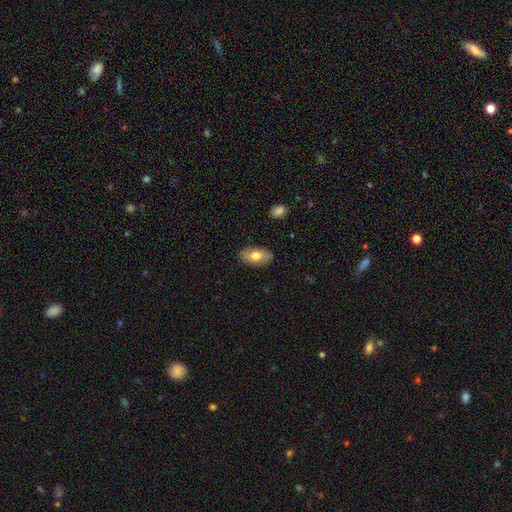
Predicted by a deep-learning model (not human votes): A smooth galaxy with no disk features (74%) that is in between round and cigar-shaped (93%). Merging: none (87%).